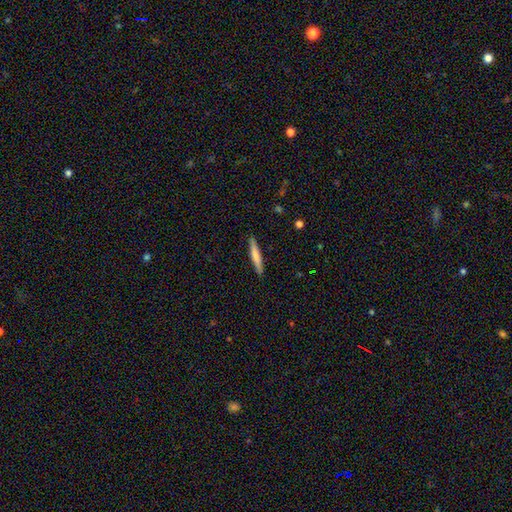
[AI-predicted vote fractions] Morphology: type=smooth (68%); roundness=cigar-shaped (94%); merging=none (90%).